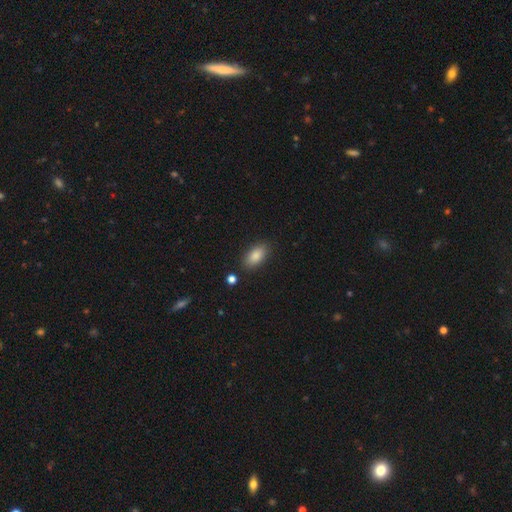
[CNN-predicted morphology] smooth-or-featured: smooth: 86% | star or artifact: 7% | featured or disk: 7%
  how-rounded: in between: 90% | cigar-shaped: 6% | round: 4%
  merging: none: 85% | minor disturbance: 10% | major disturbance: 3% | merger: 2%